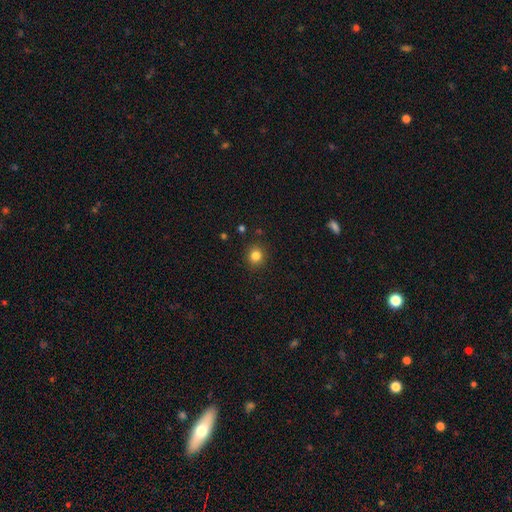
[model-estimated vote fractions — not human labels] smooth-or-featured: smooth: 83% | star or artifact: 12% | featured or disk: 5%
  how-rounded: round: 88% | in between: 11% | cigar-shaped: 1%
  merging: none: 90% | minor disturbance: 6% | major disturbance: 2% | merger: 1%